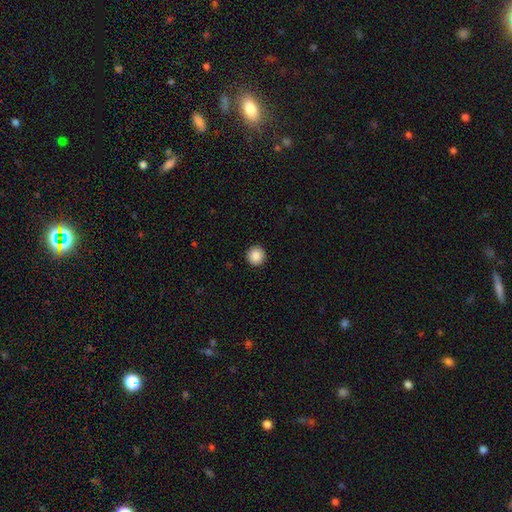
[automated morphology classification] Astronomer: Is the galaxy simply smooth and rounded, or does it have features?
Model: smooth — 88%.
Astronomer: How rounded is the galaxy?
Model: round — 95%.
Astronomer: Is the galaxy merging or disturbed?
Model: none — 93%.